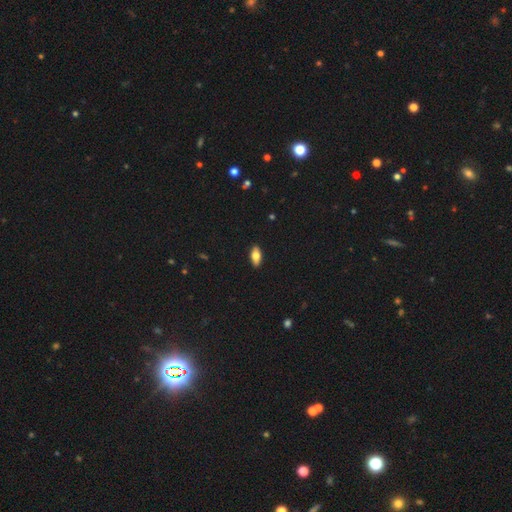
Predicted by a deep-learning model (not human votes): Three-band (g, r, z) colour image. It shows a smooth galaxy with no disk features (75%) that is in between round and cigar-shaped (86%). Merging: none (90%).